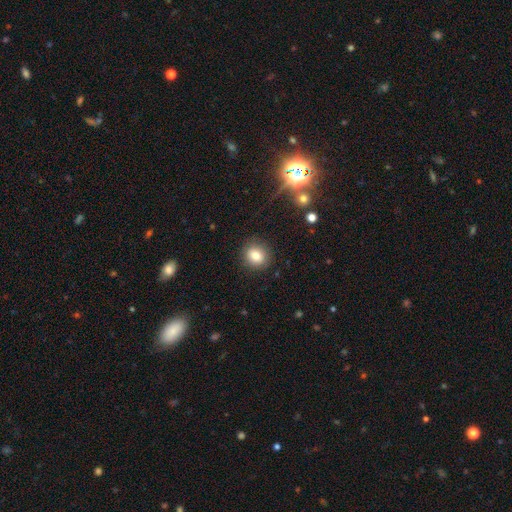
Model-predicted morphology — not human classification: Q: Smooth or featured?
A: smooth (81%); runner-up: star or artifact (11%)
Q: How rounded?
A: round (80%); runner-up: in between (19%)
Q: Merging?
A: none (88%); runner-up: minor disturbance (8%)